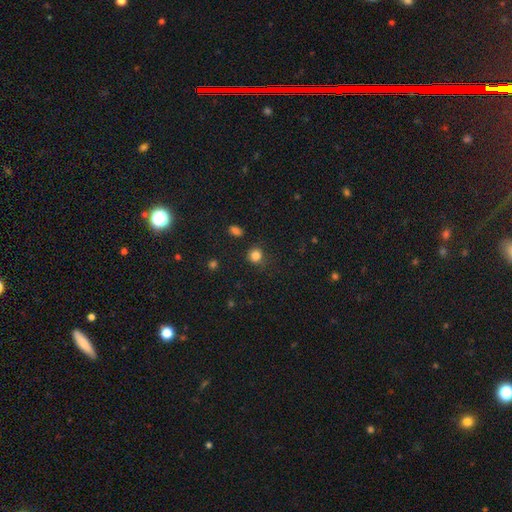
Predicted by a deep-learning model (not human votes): Smooth or featured? Predicted: smooth (p=0.82). How rounded? Predicted: round (p=0.86). Merging? Predicted: none (p=0.77).